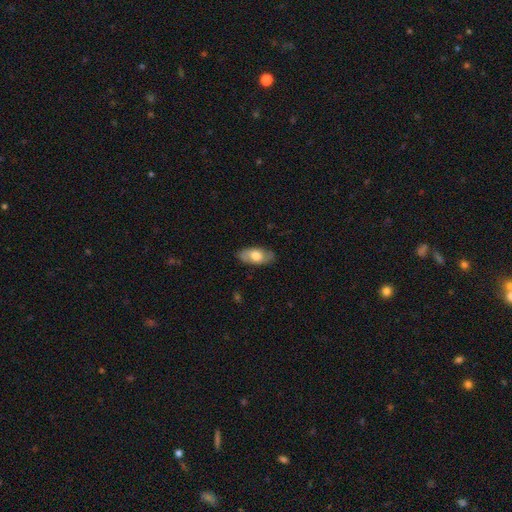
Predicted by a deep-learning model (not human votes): A smooth galaxy with no disk features (67%) that is in between round and cigar-shaped (90%).

Vote fractions:
- Smooth or featured? smooth: 67% / featured or disk: 27% / star or artifact: 6%
- How rounded? in between: 90% / cigar-shaped: 6% / round: 4%
- Merging? none: 83% / minor disturbance: 13% / major disturbance: 3% / merger: 1%